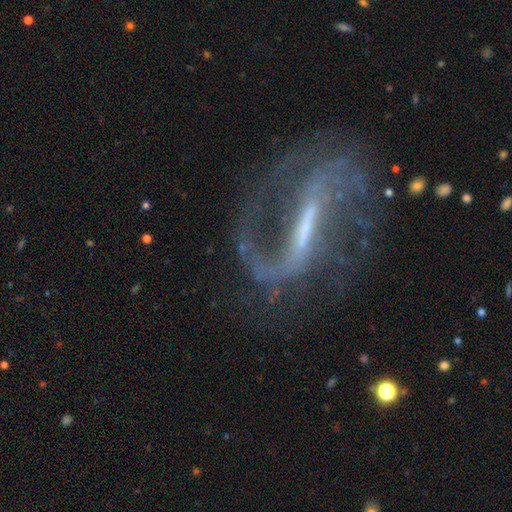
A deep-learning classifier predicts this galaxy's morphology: This is clearly a featured or disk galaxy (87%). It is clearly not viewed edge-on (94%). Bar: likely strong (69%). Spiral arm pattern: clearly yes (93%). Spiral arm count: likely 2 (76%). Spiral winding: possibly loose (54%). Central bulge: marginally small (43%). Merging: possibly none (58%).